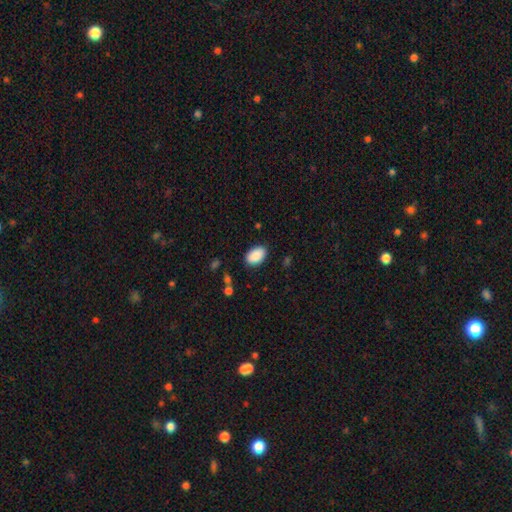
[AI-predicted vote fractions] A smooth galaxy with no disk features (90%) that is in between round and cigar-shaped (92%). Merging: none (87%).